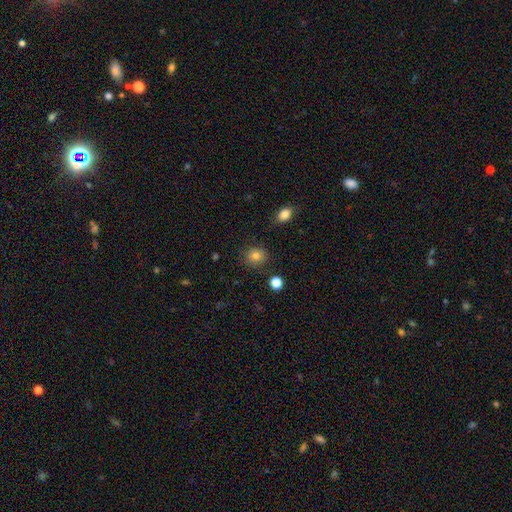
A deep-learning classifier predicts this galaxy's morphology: Smooth or featured: smooth — 81% (star or artifact — 11%)
How rounded: round — 80% (in between — 19%)
Merging: none — 85% (minor disturbance — 11%)